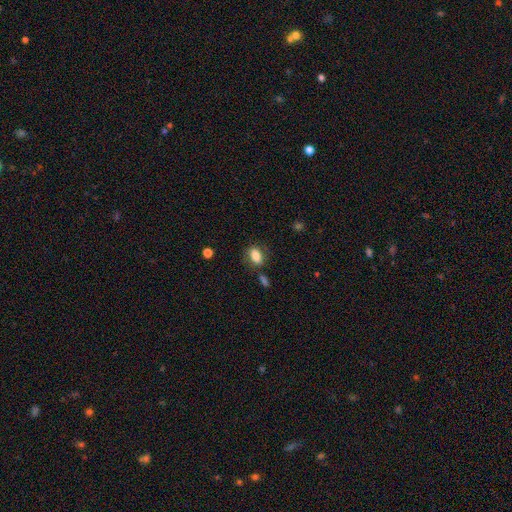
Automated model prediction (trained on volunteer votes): Smooth or featured?
  - smooth: 82% *
  - featured or disk: 9%
  - star or artifact: 9%
How rounded?
  - in between: 81% *
  - round: 16%
  - cigar-shaped: 3%
Merging?
  - none: 72% *
  - minor disturbance: 16%
  - major disturbance: 6%
  - merger: 5%